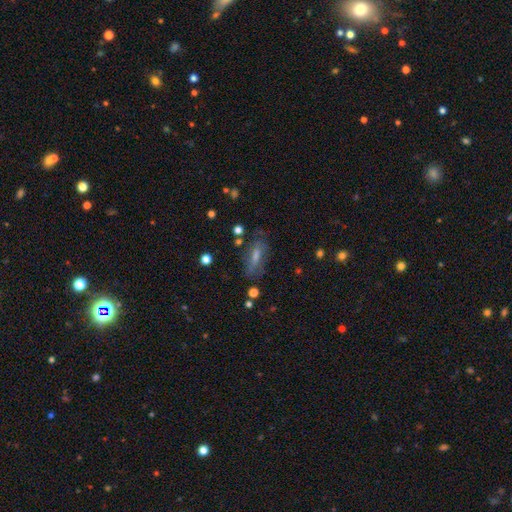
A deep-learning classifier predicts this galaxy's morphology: A featured or disk galaxy (46%). Merging: none (72%).